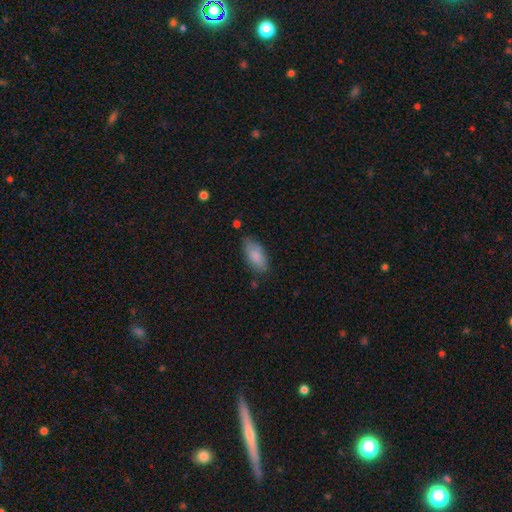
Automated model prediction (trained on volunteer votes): Smooth or featured?
  - smooth: 85% *
  - featured or disk: 9%
  - star or artifact: 6%
How rounded?
  - in between: 88% *
  - cigar-shaped: 10%
  - round: 2%
Merging?
  - none: 77% *
  - minor disturbance: 17%
  - major disturbance: 4%
  - merger: 2%